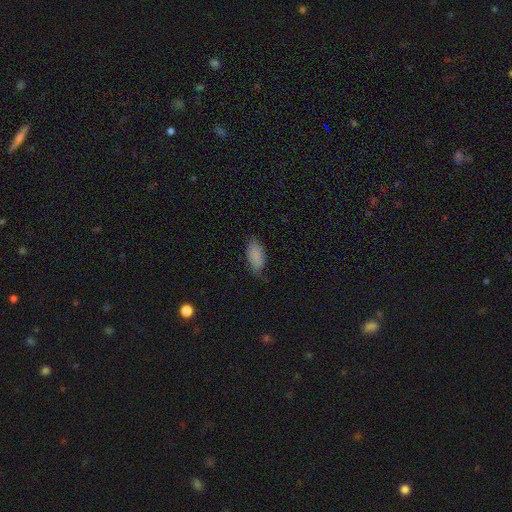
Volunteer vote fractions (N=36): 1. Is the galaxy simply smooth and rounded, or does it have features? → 92% smooth, 6% featured or disk, 3% star or artifact.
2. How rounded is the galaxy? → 91% in between, 6% cigar-shaped, 3% round.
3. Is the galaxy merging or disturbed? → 74% none, 20% minor disturbance, 3% major disturbance, 3% merger.